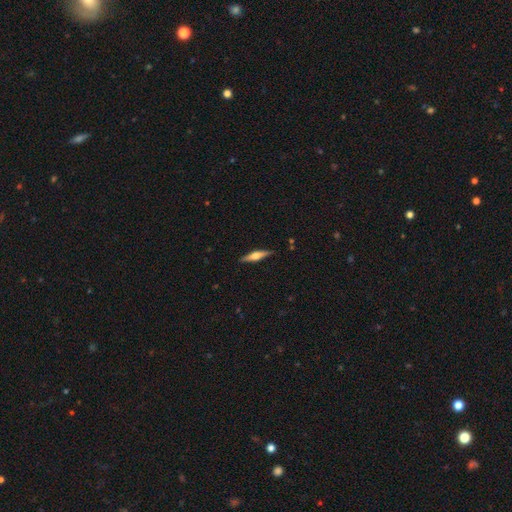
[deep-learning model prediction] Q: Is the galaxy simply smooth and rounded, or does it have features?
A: featured or disk — 58%.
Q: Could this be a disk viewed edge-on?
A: yes — 96%.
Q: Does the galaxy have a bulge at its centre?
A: rounded — 89%.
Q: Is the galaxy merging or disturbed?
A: none — 89%.